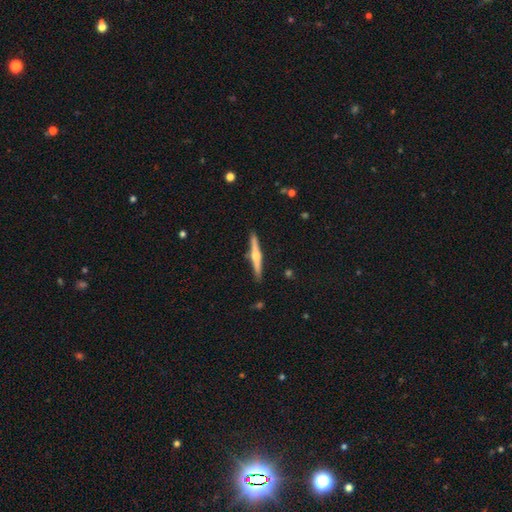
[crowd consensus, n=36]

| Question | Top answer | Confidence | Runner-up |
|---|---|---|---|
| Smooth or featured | featured or disk | 50% | smooth (44%) |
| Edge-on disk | yes | 100% | — |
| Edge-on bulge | rounded | 100% | — |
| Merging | none | 82% | minor disturbance (18%) |